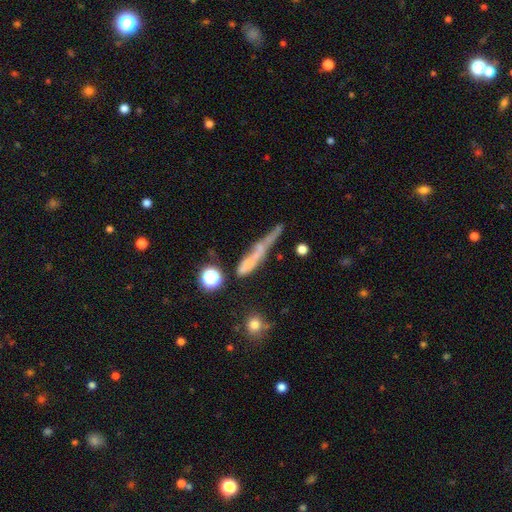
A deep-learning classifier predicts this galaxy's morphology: This appears to be a featured or disk galaxy (44%). Merging: none (52%).